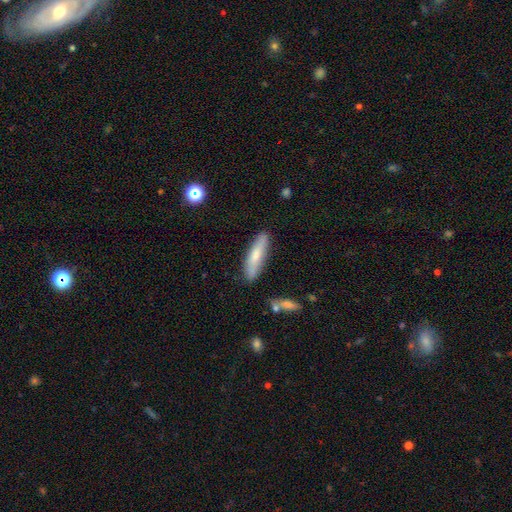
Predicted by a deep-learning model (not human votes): Smooth or featured? smooth (69%)
How rounded? cigar-shaped (72%)
Merging? none (84%)